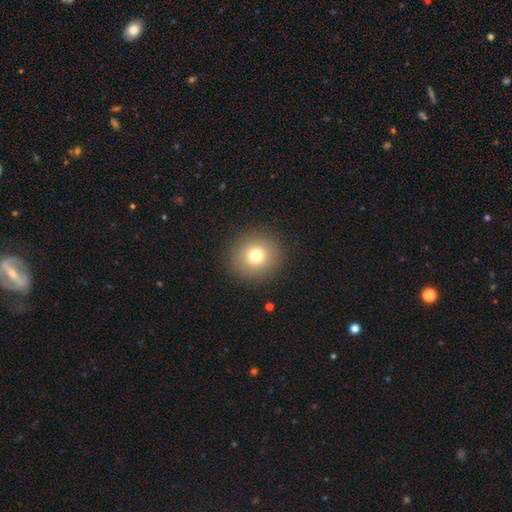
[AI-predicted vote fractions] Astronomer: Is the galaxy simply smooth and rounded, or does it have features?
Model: smooth — 77%.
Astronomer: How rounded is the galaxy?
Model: round — 94%.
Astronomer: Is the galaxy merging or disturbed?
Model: none — 91%.